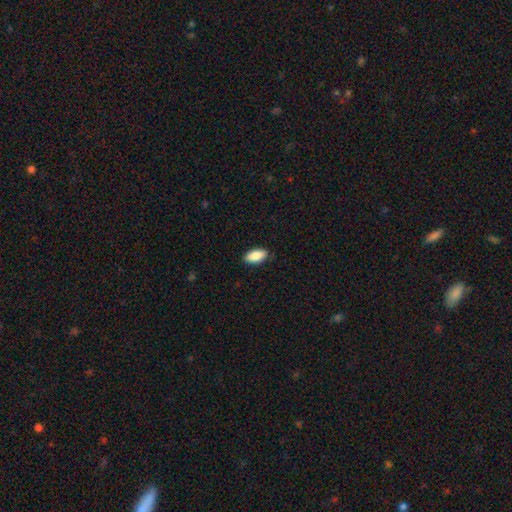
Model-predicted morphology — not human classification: A smooth galaxy with no disk features (88%) that is in between round and cigar-shaped (90%).

Vote fractions:
- Smooth or featured? smooth: 88% / star or artifact: 6% / featured or disk: 6%
- How rounded? in between: 90% / cigar-shaped: 8% / round: 2%
- Merging? none: 85% / minor disturbance: 12% / major disturbance: 2% / merger: 1%